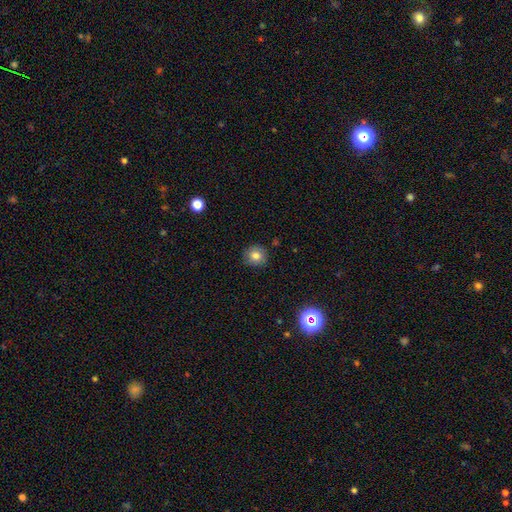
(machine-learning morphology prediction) smooth_or_featured: smooth (p=0.80) [alt: star or artifact p=0.11]
how_rounded: round (p=0.89) [alt: in between p=0.10]
merging: none (p=0.88) [alt: minor disturbance p=0.09]